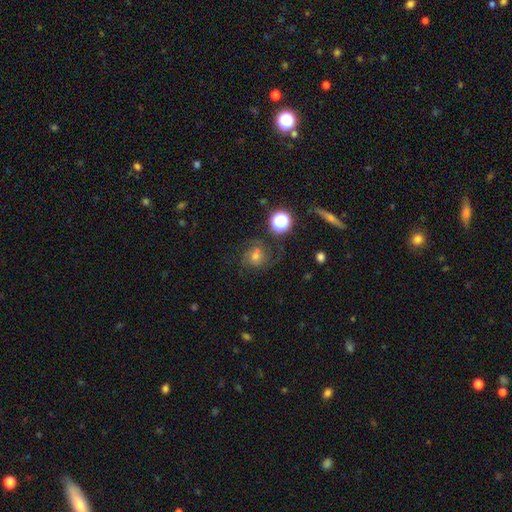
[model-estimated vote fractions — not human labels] smooth_or_featured: featured or disk (p=0.57) [alt: star or artifact p=0.21]
disk_edge_on: no (p=0.97) [alt: yes p=0.03]
bar: no (p=0.57) [alt: weak p=0.35]
has_spiral_arms: yes (p=0.91) [alt: no p=0.09]
spiral_winding: medium (p=0.48) [alt: tight p=0.34]
spiral_arm_count: 2 (p=0.52) [alt: can't tell p=0.21]
bulge_size: moderate (p=0.57) [alt: small p=0.30]
merging: none (p=0.67) [alt: minor disturbance p=0.16]